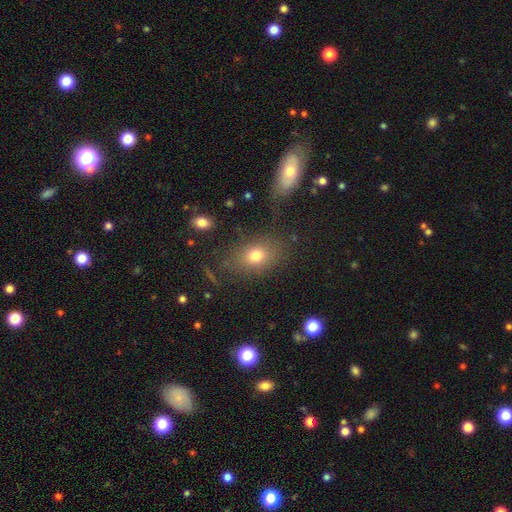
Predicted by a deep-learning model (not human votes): smooth-or-featured: smooth: 75% | star or artifact: 14% | featured or disk: 11%
  how-rounded: in between: 65% | round: 33% | cigar-shaped: 2%
  merging: none: 75% | minor disturbance: 14% | major disturbance: 7% | merger: 4%